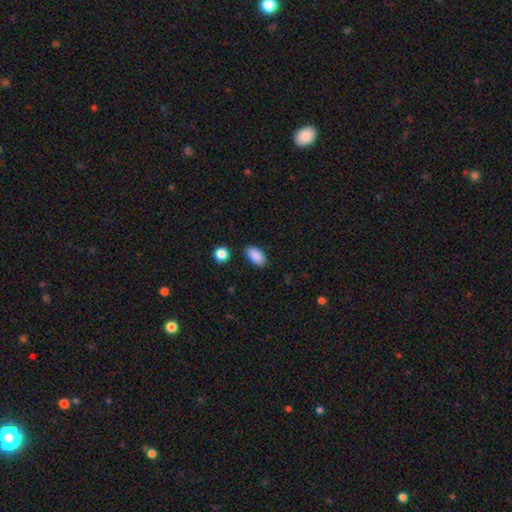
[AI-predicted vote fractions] This appears to be a smooth galaxy with no disk features (89%) that is in between round and cigar-shaped (92%). Merging: none (83%).